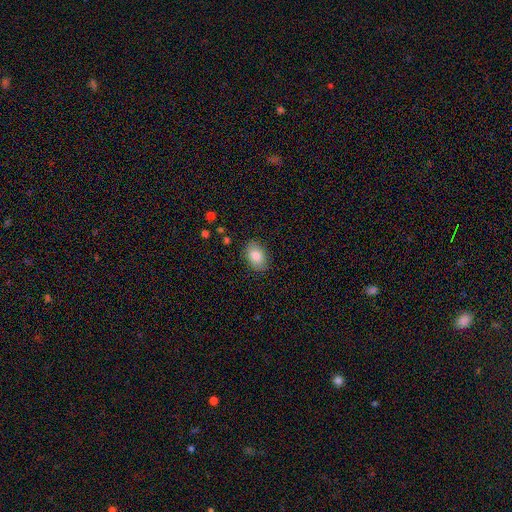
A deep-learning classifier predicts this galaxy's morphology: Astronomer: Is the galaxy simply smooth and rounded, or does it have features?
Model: smooth — 85%.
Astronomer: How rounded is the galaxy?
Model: in between — 87%.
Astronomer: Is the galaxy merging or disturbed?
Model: none — 85%.